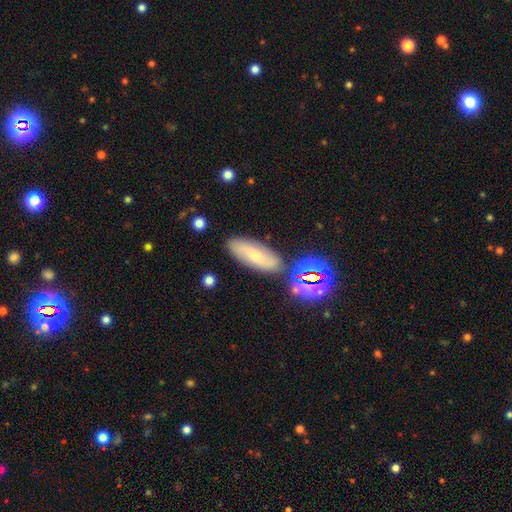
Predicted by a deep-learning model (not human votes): Q: Smooth or featured?
A: smooth (50%); runner-up: featured or disk (34%)
Q: How rounded?
A: in between (66%); runner-up: cigar-shaped (30%)
Q: Merging?
A: none (79%); runner-up: minor disturbance (12%)